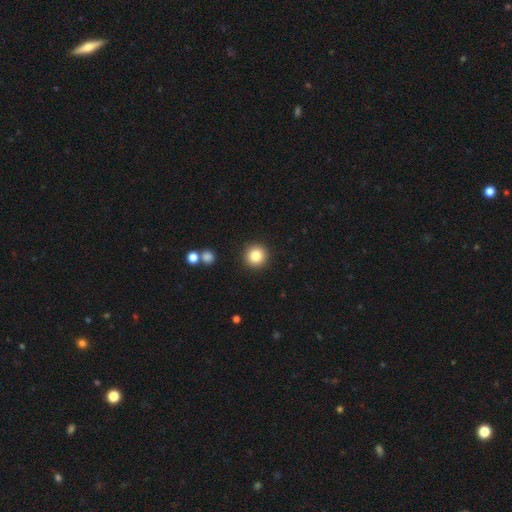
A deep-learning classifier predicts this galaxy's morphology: Smooth or featured: smooth — 83% (star or artifact — 10%)
How rounded: round — 95% (in between — 4%)
Merging: none — 92% (minor disturbance — 5%)